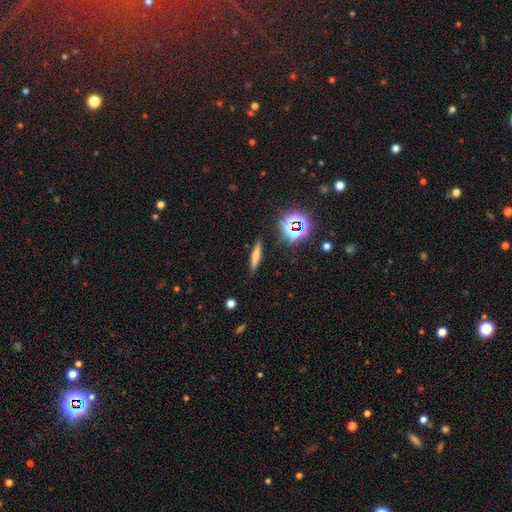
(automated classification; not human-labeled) A smooth galaxy with no disk features (63%) that is cigar-shaped (84%). Merging: none (86%).